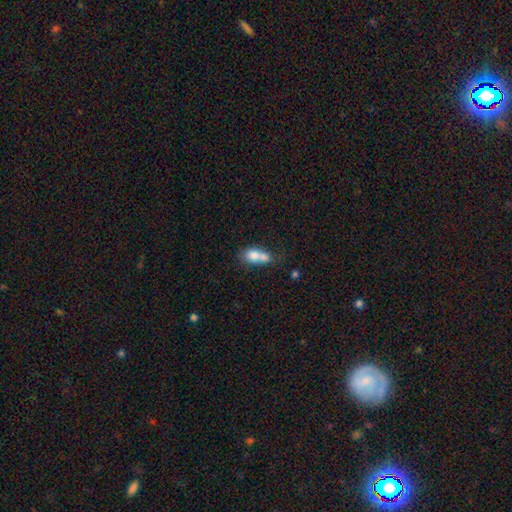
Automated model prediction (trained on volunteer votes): A smooth galaxy with no disk features (72%) that is in between round and cigar-shaped (67%).

Vote fractions:
- Smooth or featured? smooth: 72% / featured or disk: 19% / star or artifact: 9%
- How rounded? in between: 67% / round: 27% / cigar-shaped: 5%
- Merging? merger: 62% / none: 21% / minor disturbance: 11% / major disturbance: 6%